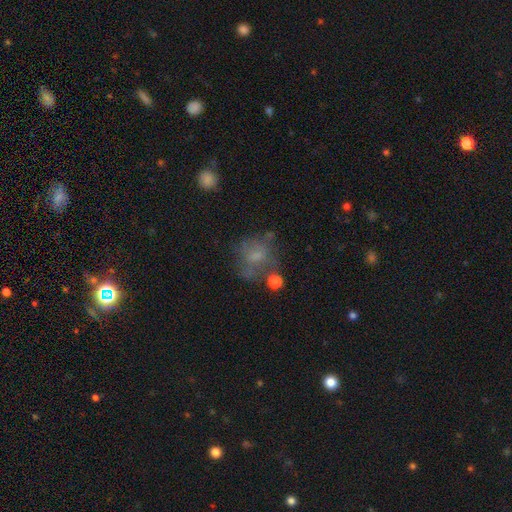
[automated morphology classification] Smooth or featured?
  - smooth: 52% *
  - featured or disk: 32%
  - star or artifact: 16%
How rounded?
  - round: 64% *
  - in between: 35%
  - cigar-shaped: 1%
Merging?
  - none: 43% *
  - major disturbance: 26%
  - minor disturbance: 21%
  - merger: 10%